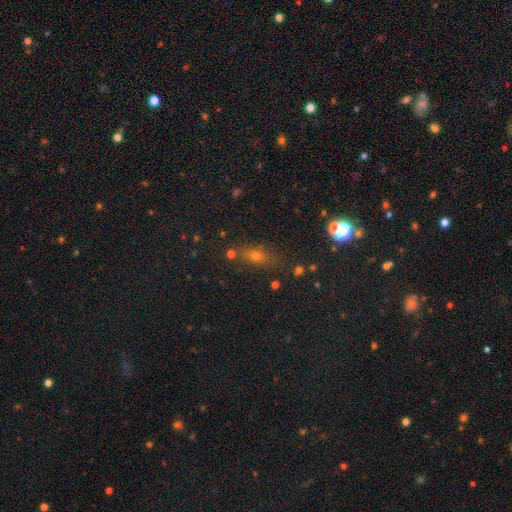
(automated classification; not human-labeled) A smooth galaxy with no disk features (55%) that is in between round and cigar-shaped (55%). Merging: none (74%).